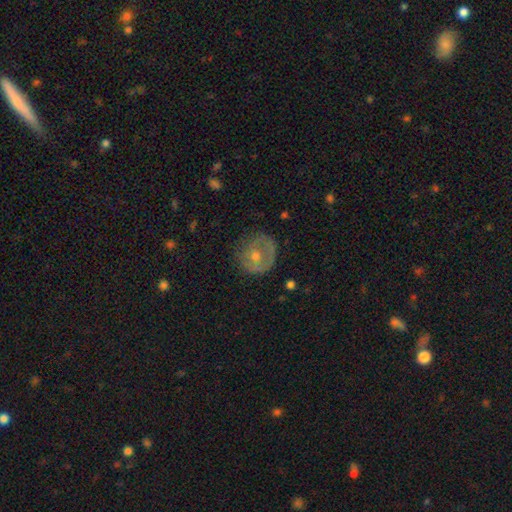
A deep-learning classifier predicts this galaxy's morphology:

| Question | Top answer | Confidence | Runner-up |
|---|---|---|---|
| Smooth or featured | featured or disk | 51% | smooth (41%) |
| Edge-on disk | no | 96% | yes (4%) |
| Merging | none | 73% | minor disturbance (18%) |